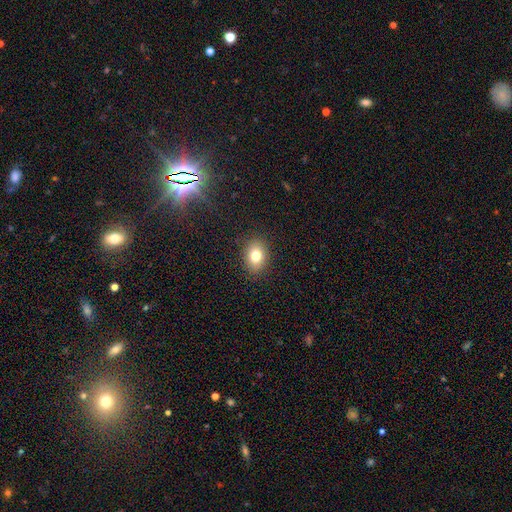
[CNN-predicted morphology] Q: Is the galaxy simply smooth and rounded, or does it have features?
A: smooth — 79%.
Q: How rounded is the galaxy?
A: in between — 70%.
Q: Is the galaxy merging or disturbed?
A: none — 88%.